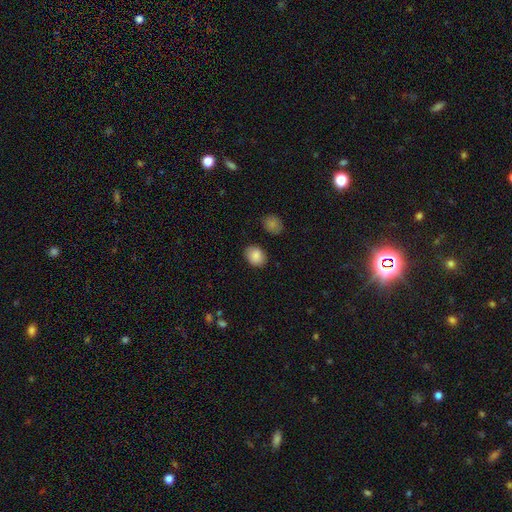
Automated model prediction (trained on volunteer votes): Q: Smooth or featured?
A: smooth (88%); runner-up: star or artifact (8%)
Q: How rounded?
A: in between (60%); runner-up: round (39%)
Q: Merging?
A: none (84%); runner-up: minor disturbance (11%)